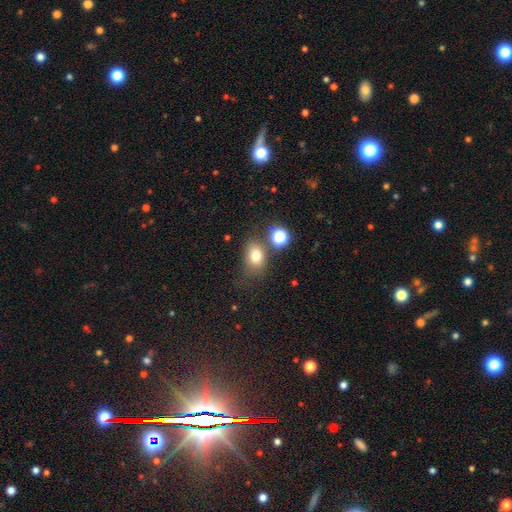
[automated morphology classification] This appears to be a smooth galaxy with no disk features (75%) that is in between round and cigar-shaped (62%). Merging: none (61%).